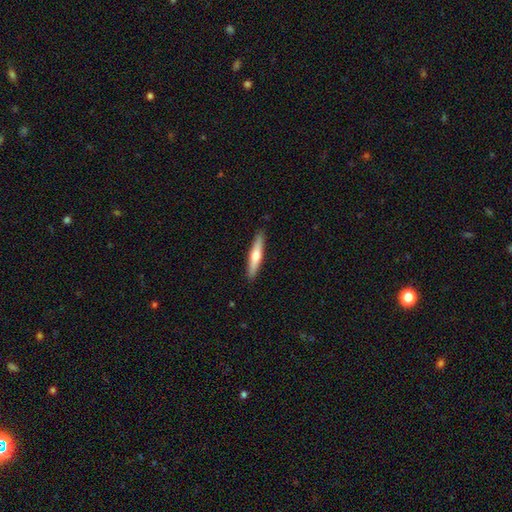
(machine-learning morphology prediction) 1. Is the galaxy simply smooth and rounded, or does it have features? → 52% smooth, 43% featured or disk, 5% star or artifact.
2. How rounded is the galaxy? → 88% cigar-shaped, 10% in between, 1% round.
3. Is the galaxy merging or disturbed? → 91% none, 7% minor disturbance, 1% major disturbance, 1% merger.